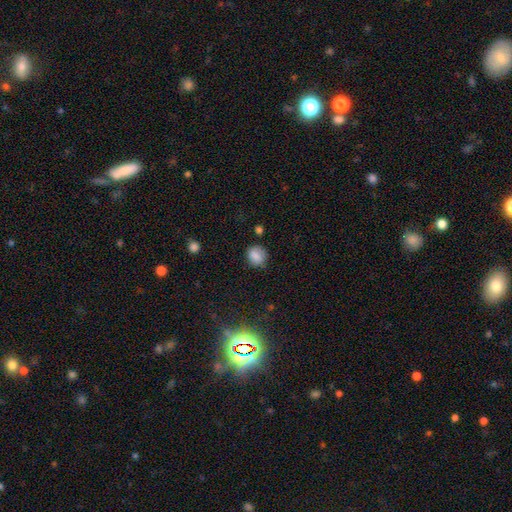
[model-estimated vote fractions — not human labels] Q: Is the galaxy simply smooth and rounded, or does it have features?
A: smooth — 83%.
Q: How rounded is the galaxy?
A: round — 77%.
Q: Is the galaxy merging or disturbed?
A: none — 76%.